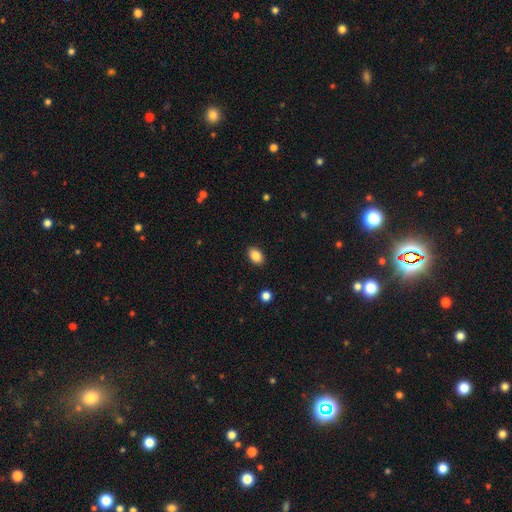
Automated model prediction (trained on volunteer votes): A smooth galaxy with no disk features (86%) that is in between round and cigar-shaped (82%). Merging: none (89%).